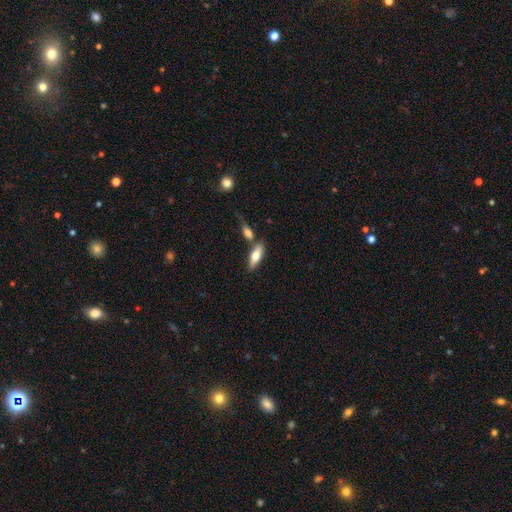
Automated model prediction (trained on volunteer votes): Smooth or featured? Predicted: smooth (p=0.67). How rounded? Predicted: in between (p=0.68). Merging? Predicted: none (p=0.61).